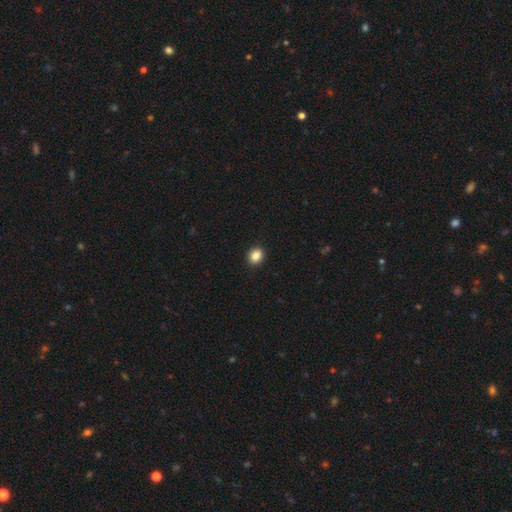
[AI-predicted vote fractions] Morphology: type=smooth (88%); roundness=round (60%); merging=none (91%).